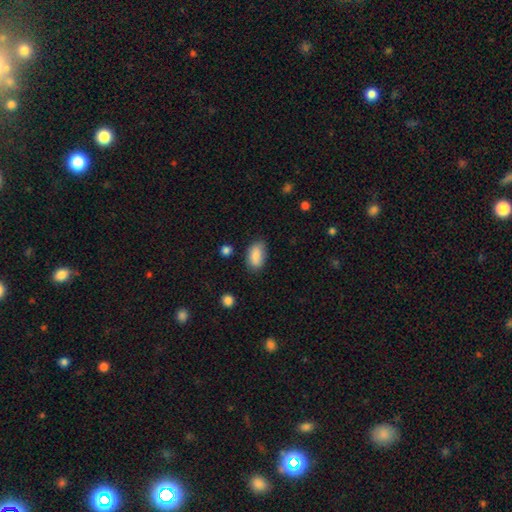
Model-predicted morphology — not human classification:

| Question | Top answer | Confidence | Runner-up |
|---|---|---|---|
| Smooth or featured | smooth | 86% | star or artifact (7%) |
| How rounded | in between | 91% | round (5%) |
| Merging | none | 76% | minor disturbance (18%) |